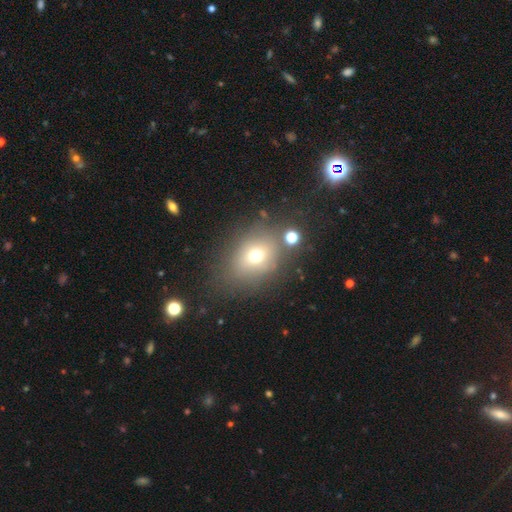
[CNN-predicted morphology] Smooth or featured? Predicted: smooth (p=0.66). How rounded? Predicted: in between (p=0.54). Merging? Predicted: none (p=0.69).